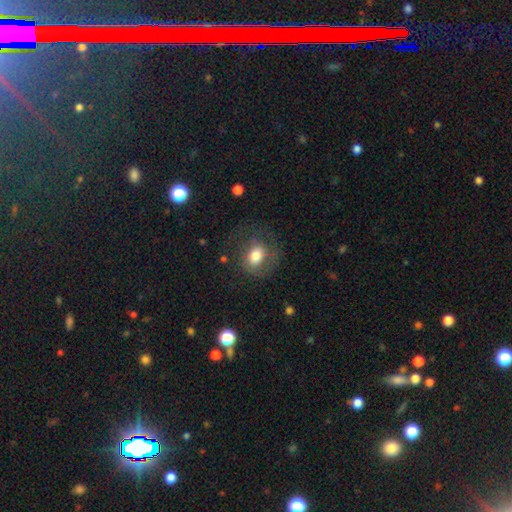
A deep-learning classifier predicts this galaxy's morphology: The model was most divided on "how rounded": round: 53%, in between: 46%, cigar-shaped: 1%. More confident: smooth or featured — smooth (69%); merging — none (60%).